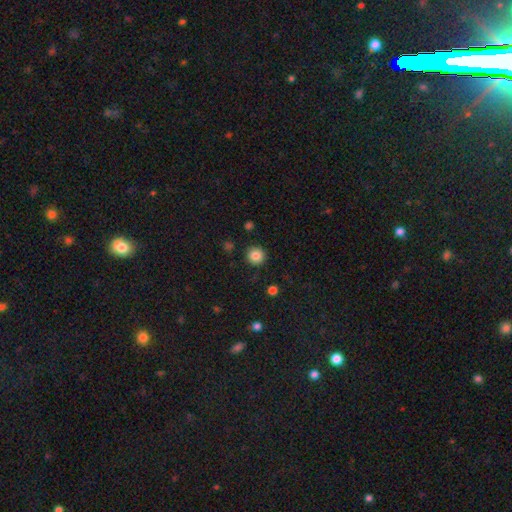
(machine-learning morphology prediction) Smooth or featured: smooth — 84% (star or artifact — 10%)
How rounded: round — 94% (in between — 5%)
Merging: none — 91% (minor disturbance — 6%)